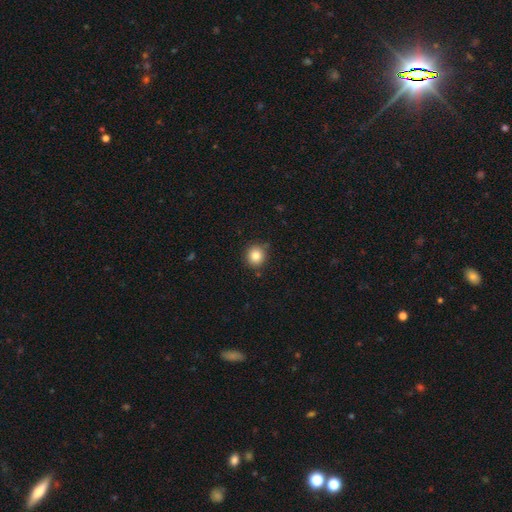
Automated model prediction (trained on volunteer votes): Overall: smooth (83%). How rounded: round (92%). Merging: none (86%).